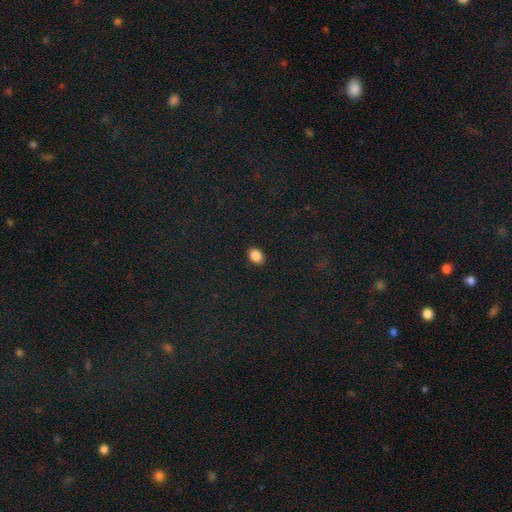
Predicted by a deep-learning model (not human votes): Q: Smooth or featured?
A: smooth (87%); runner-up: star or artifact (9%)
Q: How rounded?
A: in between (79%); runner-up: round (20%)
Q: Merging?
A: none (89%); runner-up: minor disturbance (8%)